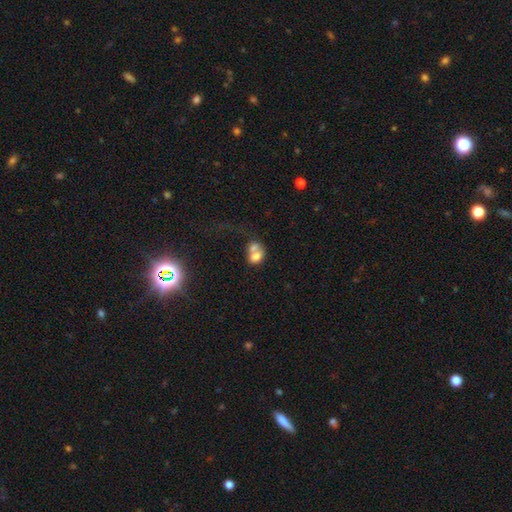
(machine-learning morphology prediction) This appears to be a smooth galaxy with no disk features (68%) that is in between round and cigar-shaped (60%). Merging: merger (65%).